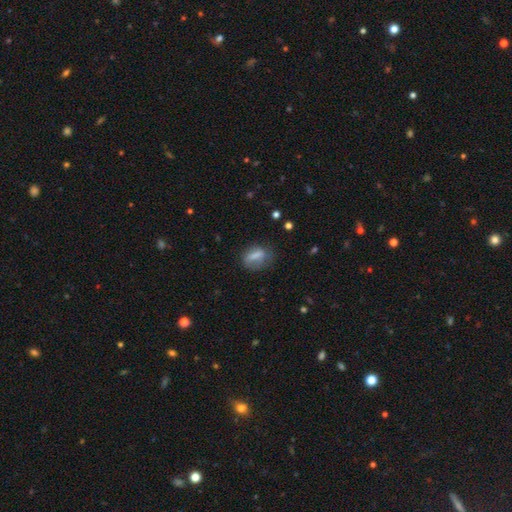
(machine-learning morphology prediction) A smooth galaxy with no disk features (72%) that is in between round and cigar-shaped (68%).

Vote fractions:
- Smooth or featured? smooth: 72% / featured or disk: 19% / star or artifact: 10%
- How rounded? in between: 68% / round: 19% / cigar-shaped: 12%
- Merging? none: 58% / minor disturbance: 25% / major disturbance: 14% / merger: 2%